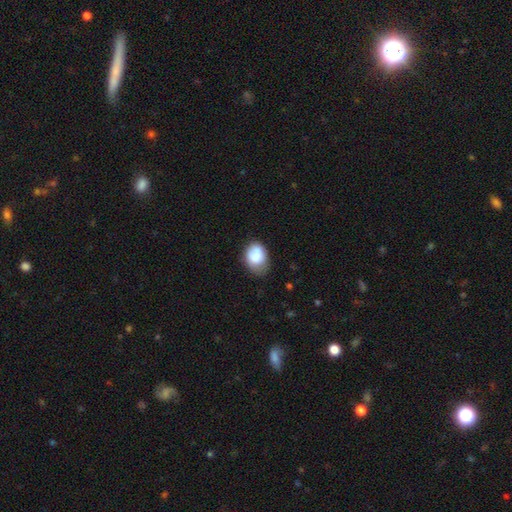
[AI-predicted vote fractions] Q: Smooth or featured?
A: smooth (74%); runner-up: featured or disk (18%)
Q: How rounded?
A: in between (67%); runner-up: round (32%)
Q: Merging?
A: none (48%); runner-up: minor disturbance (32%)